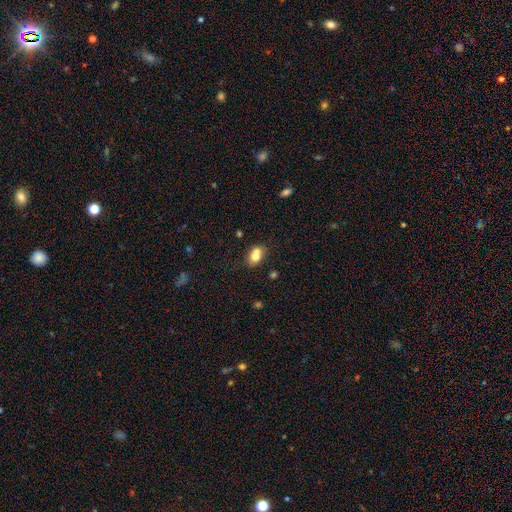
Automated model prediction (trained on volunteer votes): A smooth galaxy with no disk features (74%) that is in between round and cigar-shaped (62%).

Vote fractions:
- Smooth or featured? smooth: 74% / featured or disk: 16% / star or artifact: 10%
- How rounded? in between: 62% / round: 36% / cigar-shaped: 2%
- Merging? merger: 43% / none: 40% / minor disturbance: 13% / major disturbance: 4%